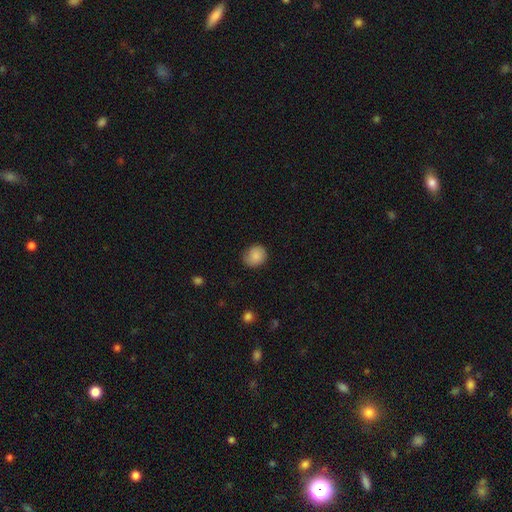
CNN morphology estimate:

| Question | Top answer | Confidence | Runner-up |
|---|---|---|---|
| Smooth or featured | smooth | 87% | star or artifact (8%) |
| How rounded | round | 74% | in between (25%) |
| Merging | none | 77% | minor disturbance (18%) |